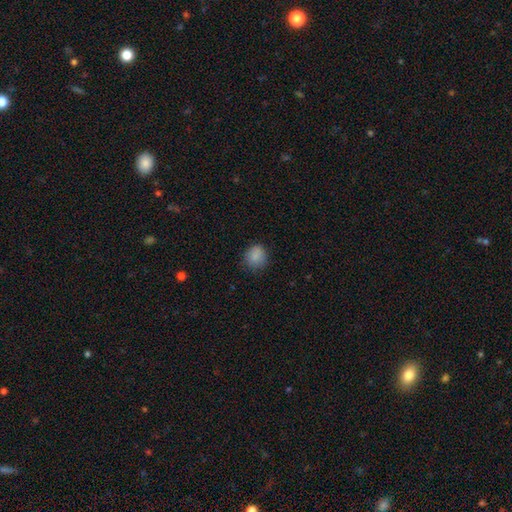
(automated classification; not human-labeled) Smooth or featured? smooth (86%)
How rounded? round (77%)
Merging? none (78%)